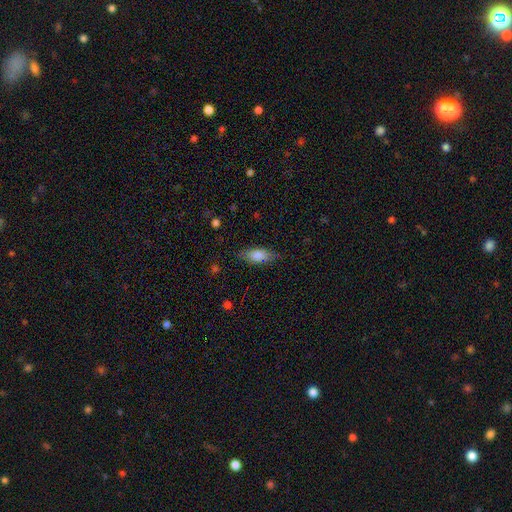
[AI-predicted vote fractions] smooth 74%, featured or disk 17%, star or artifact 9%. Down the decision tree: how rounded — in between (73%); merging — none (80%).